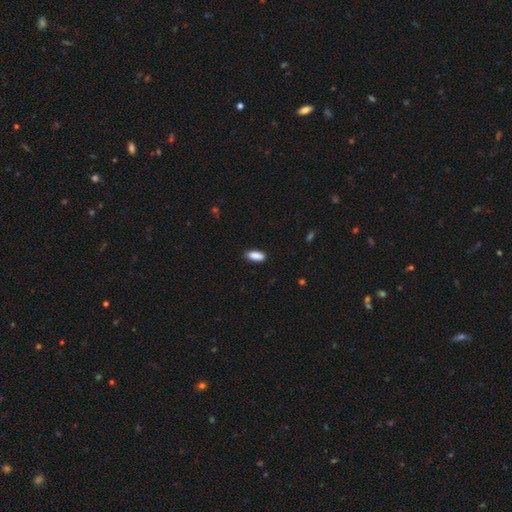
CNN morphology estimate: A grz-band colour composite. It shows a smooth galaxy with no disk features (89%) that is in between round and cigar-shaped (80%). Merging: none (85%).